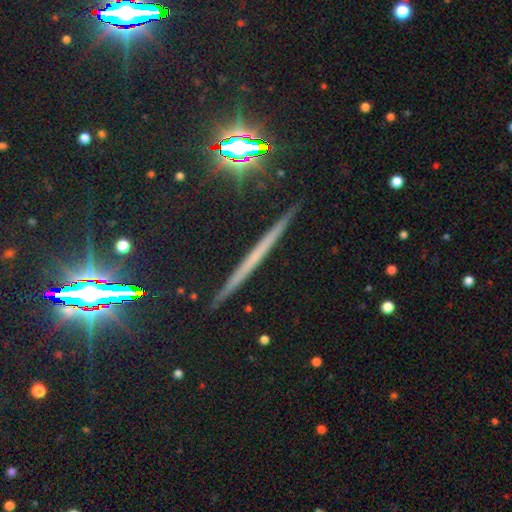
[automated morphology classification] smooth-or-featured: featured or disk: 51% | star or artifact: 27% | smooth: 22%
  disk-edge-on: yes: 96% | no: 4%
  merging: none: 90% | minor disturbance: 7% | major disturbance: 2% | merger: 1%